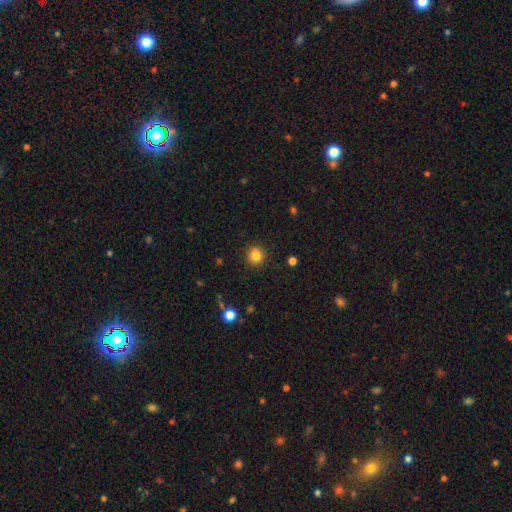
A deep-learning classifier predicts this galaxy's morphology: smooth 84%, star or artifact 11%, featured or disk 5%. Down the decision tree: how rounded — round (93%); merging — none (90%).